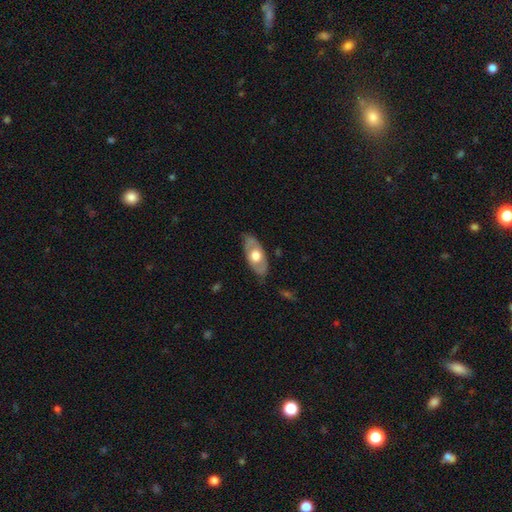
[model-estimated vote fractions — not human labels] The model was most divided on "smooth or featured": smooth: 48%, featured or disk: 47%, star or artifact: 5%. More confident: merging — none (79%).